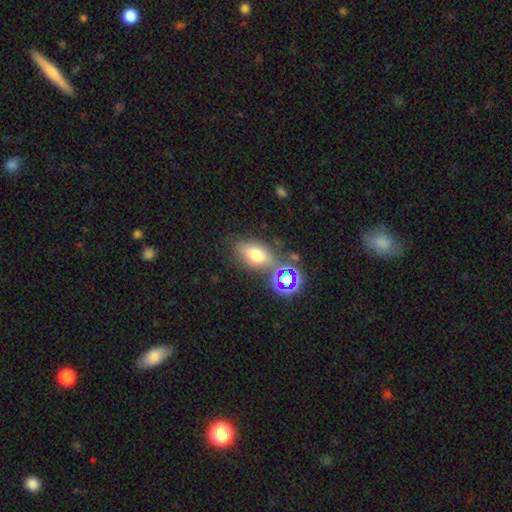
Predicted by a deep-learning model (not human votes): Overall: smooth (64%). How rounded: in between (75%). Merging: none (65%).